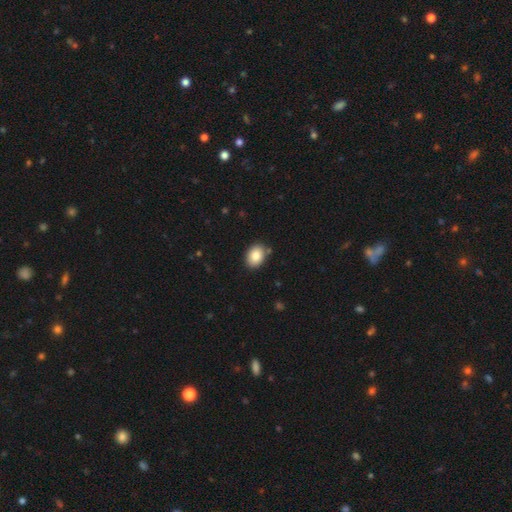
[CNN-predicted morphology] This is clearly a smooth galaxy (85%). How rounded: likely in between (72%). Merging: clearly none (86%).